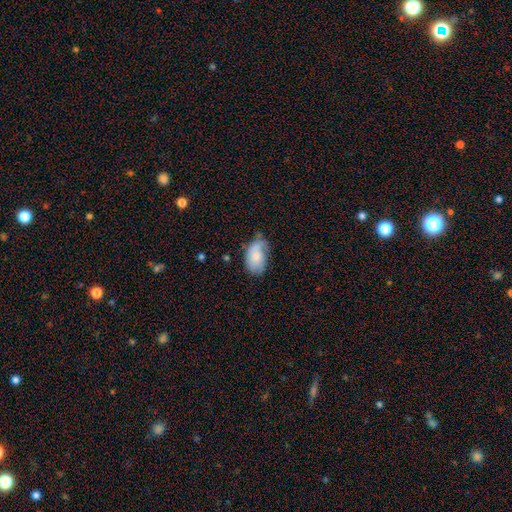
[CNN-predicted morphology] smooth-or-featured: smooth: 74% | featured or disk: 19% | star or artifact: 7%
  how-rounded: in between: 92% | round: 6% | cigar-shaped: 1%
  merging: none: 46% | minor disturbance: 40% | major disturbance: 11% | merger: 3%